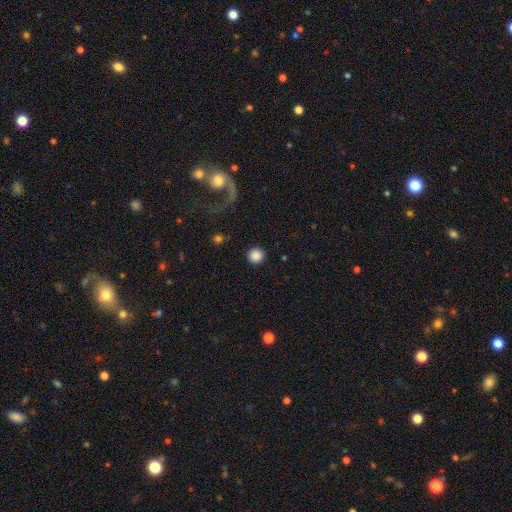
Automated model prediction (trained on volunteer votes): Q: Smooth or featured?
A: smooth (86%); runner-up: star or artifact (9%)
Q: How rounded?
A: round (95%); runner-up: in between (4%)
Q: Merging?
A: none (90%); runner-up: minor disturbance (5%)